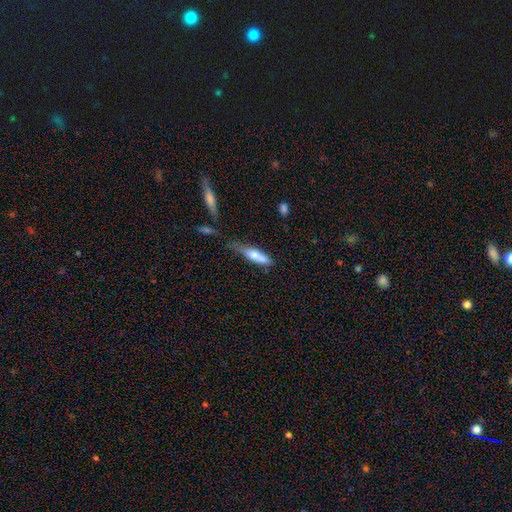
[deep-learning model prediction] A smooth galaxy with no disk features (68%) that is cigar-shaped (70%).

Vote fractions:
- Smooth or featured? smooth: 68% / featured or disk: 25% / star or artifact: 6%
- How rounded? cigar-shaped: 70% / in between: 28% / round: 2%
- Merging? none: 45% / minor disturbance: 32% / major disturbance: 14% / merger: 9%